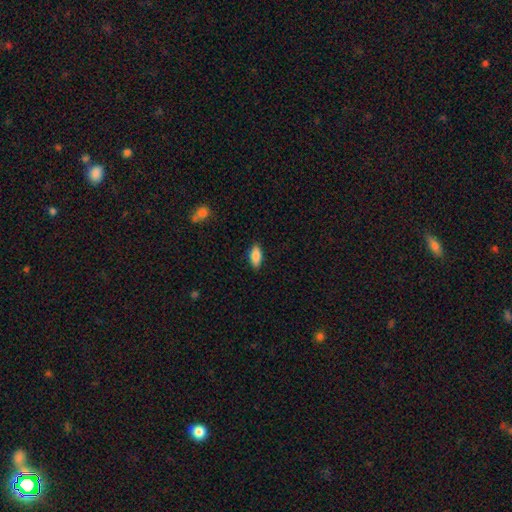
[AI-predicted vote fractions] A smooth galaxy with no disk features (86%) that is in between round and cigar-shaped (86%).

Vote fractions:
- Smooth or featured? smooth: 86% / featured or disk: 8% / star or artifact: 6%
- How rounded? in between: 86% / cigar-shaped: 12% / round: 2%
- Merging? none: 87% / minor disturbance: 9% / major disturbance: 2% / merger: 1%